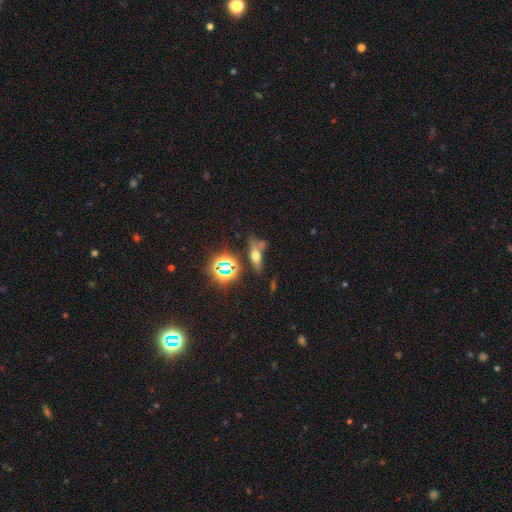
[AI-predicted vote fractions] smooth-or-featured: smooth: 45% | featured or disk: 27% | star or artifact: 27%
  merging: none: 60% | minor disturbance: 16% | merger: 16% | major disturbance: 8%